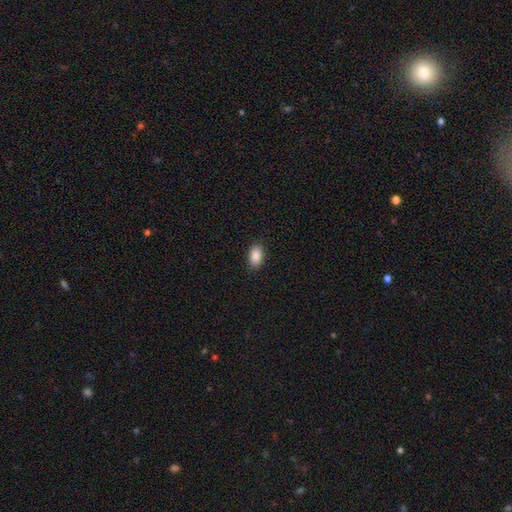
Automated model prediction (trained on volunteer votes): smooth 88%, star or artifact 8%, featured or disk 4%. Down the decision tree: how rounded — in between (92%); merging — none (89%).